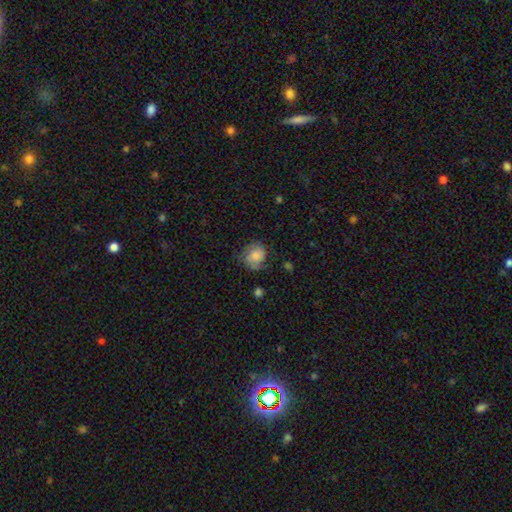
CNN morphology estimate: Smooth or featured?
  - smooth: 66% *
  - featured or disk: 26%
  - star or artifact: 8%
How rounded?
  - round: 70% *
  - in between: 29%
  - cigar-shaped: 1%
Merging?
  - none: 58% *
  - minor disturbance: 27%
  - major disturbance: 13%
  - merger: 2%